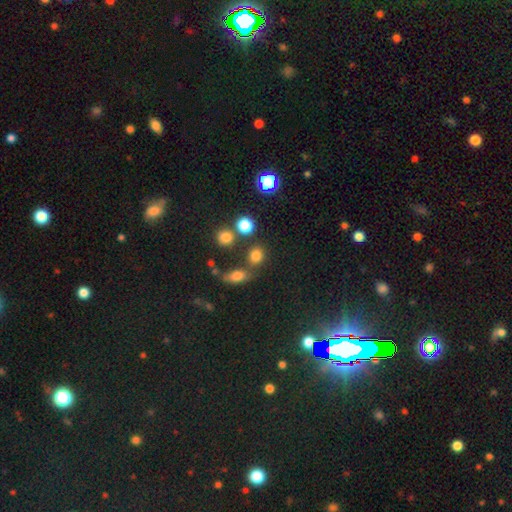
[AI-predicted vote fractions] Smooth or featured?
  - smooth: 78% *
  - star or artifact: 15%
  - featured or disk: 7%
How rounded?
  - round: 66% *
  - in between: 32%
  - cigar-shaped: 2%
Merging?
  - none: 67% *
  - merger: 17%
  - minor disturbance: 11%
  - major disturbance: 5%